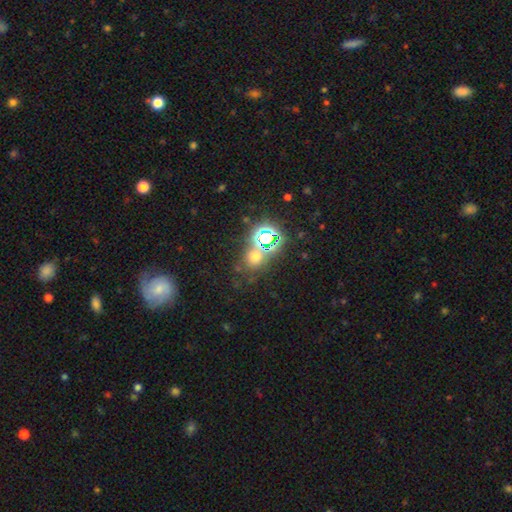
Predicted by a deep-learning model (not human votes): Q: Smooth or featured?
A: smooth (50%); runner-up: star or artifact (42%)
Q: Merging?
A: none (67%); runner-up: merger (19%)